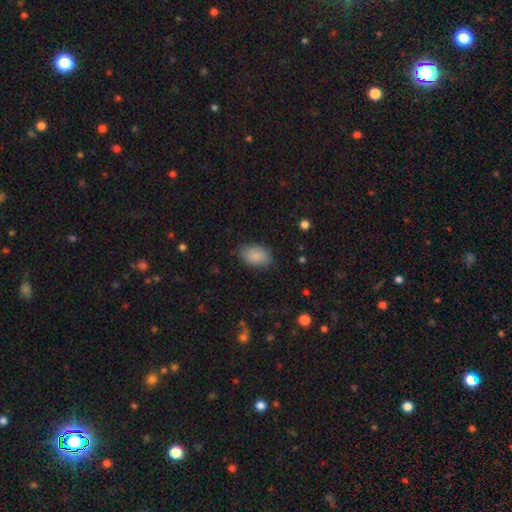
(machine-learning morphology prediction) type=smooth (85%); roundness=in between (89%); merging=none (78%).